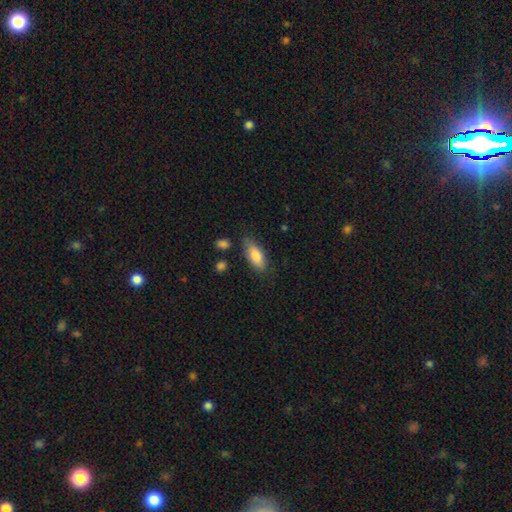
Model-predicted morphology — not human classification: Overall: smooth (83%). How rounded: in between (82%). Merging: none (75%).